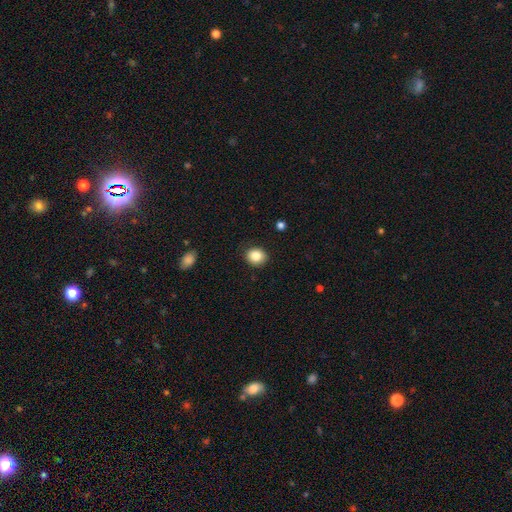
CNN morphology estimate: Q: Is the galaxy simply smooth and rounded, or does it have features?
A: smooth — 86%.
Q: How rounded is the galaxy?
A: round — 73%.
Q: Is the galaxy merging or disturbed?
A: none — 88%.